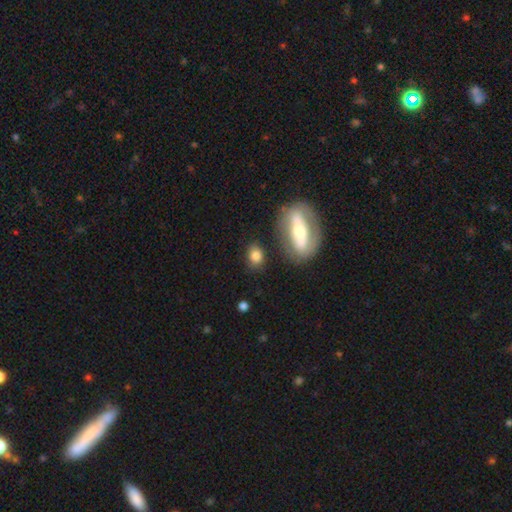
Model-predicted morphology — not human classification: smooth 79%, featured or disk 13%, star or artifact 8%. Down the decision tree: how rounded — in between (61%); merging — none (79%).